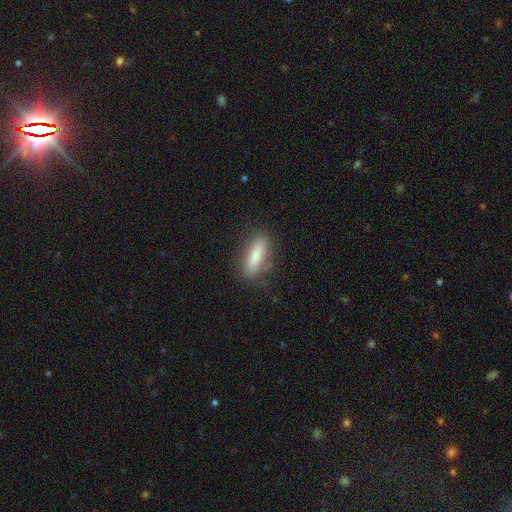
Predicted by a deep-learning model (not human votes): This is likely a smooth galaxy (80%). How rounded: possibly in between (57%). Merging: clearly none (82%).